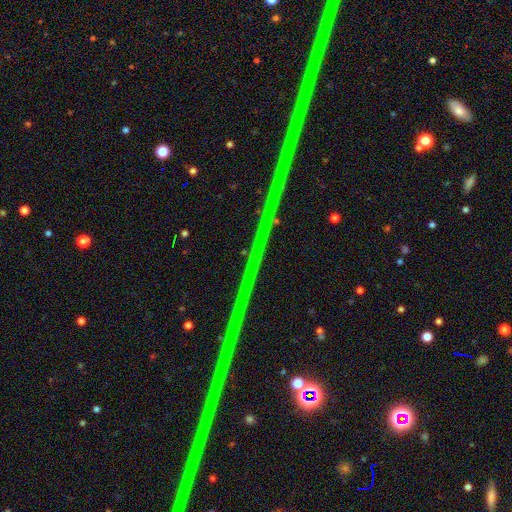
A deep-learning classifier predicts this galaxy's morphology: Smooth or featured? star or artifact (88%)